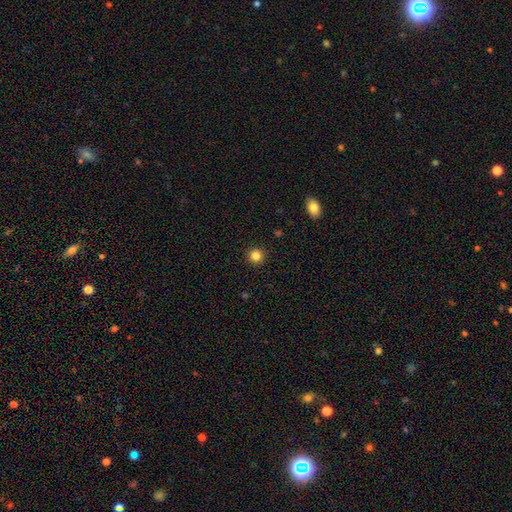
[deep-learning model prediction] smooth 84%, star or artifact 12%, featured or disk 4%. Down the decision tree: how rounded — round (95%); merging — none (93%).